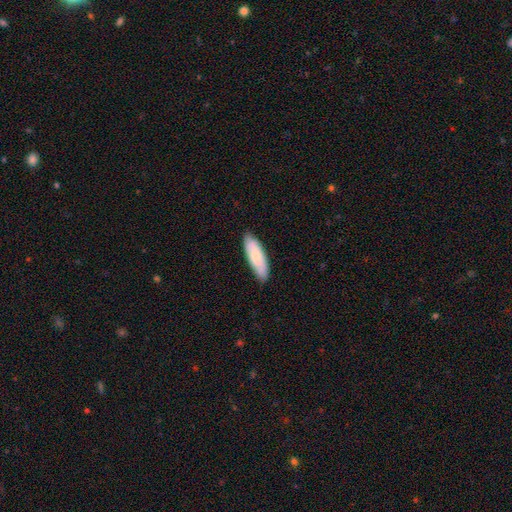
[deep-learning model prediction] Q: Smooth or featured?
A: smooth (77%); runner-up: featured or disk (18%)
Q: How rounded?
A: in between (52%); runner-up: cigar-shaped (47%)
Q: Merging?
A: none (85%); runner-up: minor disturbance (12%)